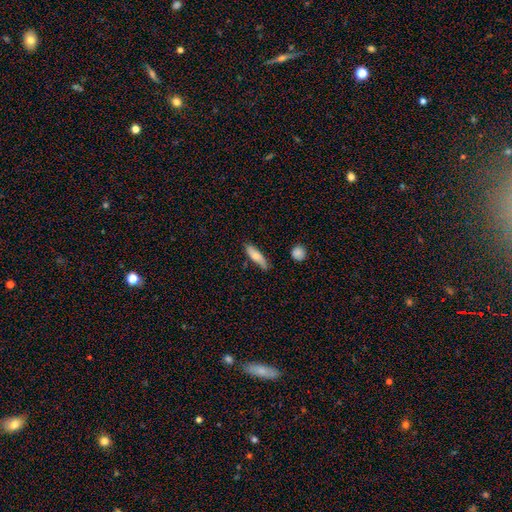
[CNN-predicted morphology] The model was most divided on "how rounded": cigar-shaped: 57%, in between: 41%, round: 2%. More confident: smooth or featured — smooth (76%); merging — none (72%).